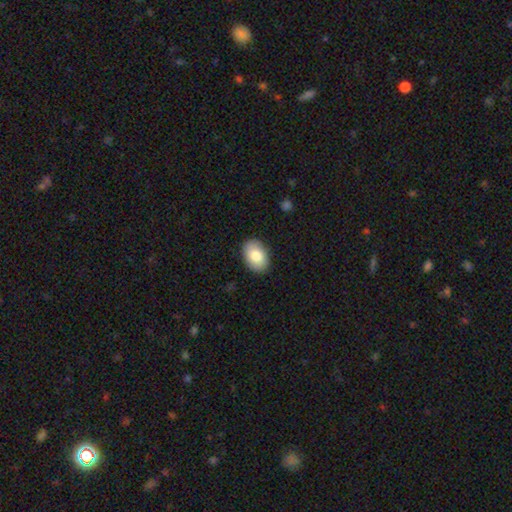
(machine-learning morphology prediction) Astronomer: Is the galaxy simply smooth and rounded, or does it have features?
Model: smooth — 82%.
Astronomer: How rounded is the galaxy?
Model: in between — 86%.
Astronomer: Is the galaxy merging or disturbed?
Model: none — 89%.